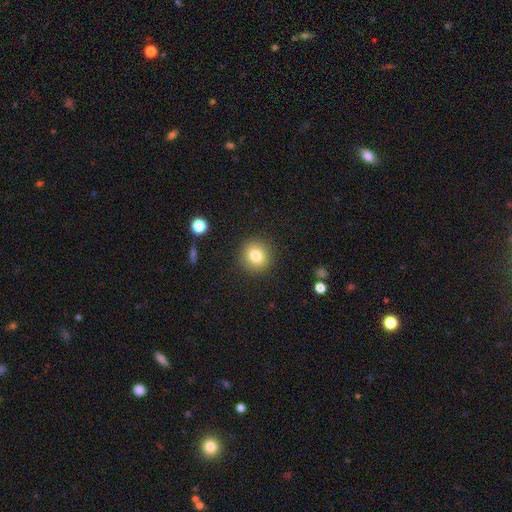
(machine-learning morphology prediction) A smooth galaxy with no disk features (80%) that is round (91%).

Vote fractions:
- Smooth or featured? smooth: 80% / star or artifact: 11% / featured or disk: 9%
- How rounded? round: 91% / in between: 8% / cigar-shaped: 1%
- Merging? none: 90% / minor disturbance: 6% / major disturbance: 2% / merger: 1%